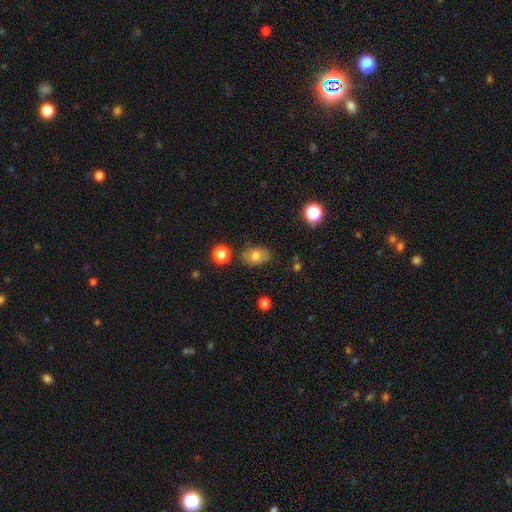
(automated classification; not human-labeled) This appears to be a smooth galaxy with no disk features (76%) that is in between round and cigar-shaped (80%). Merging: none (82%).